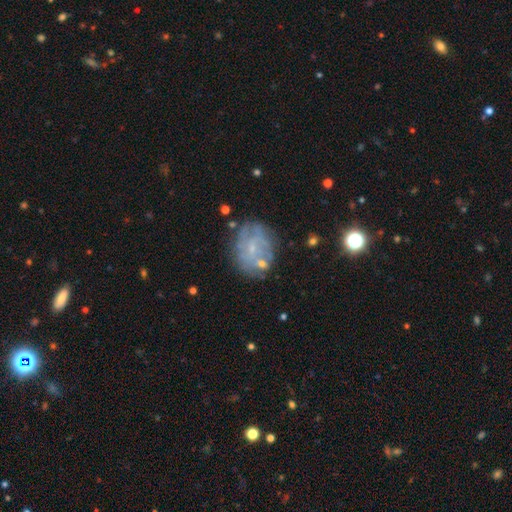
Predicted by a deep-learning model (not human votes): Smooth or featured? featured or disk (67%)
Edge-on disk? no (98%)
Bar? no (66%)
Spiral arms? yes (65%)
Bulge size? small (71%)
Merging? none (62%)